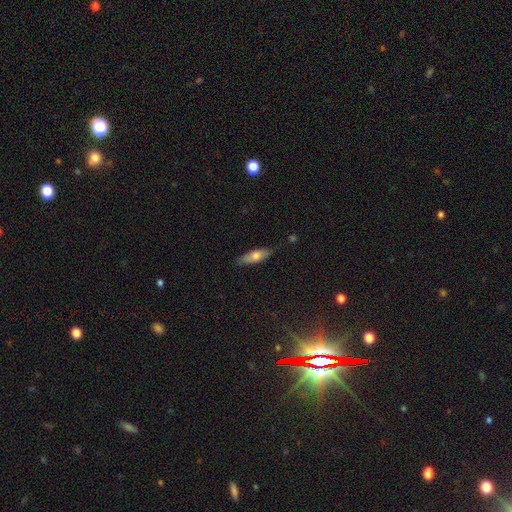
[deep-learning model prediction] This appears to be a smooth galaxy with no disk features (65%) that is in between round and cigar-shaped (53%). Merging: none (82%).